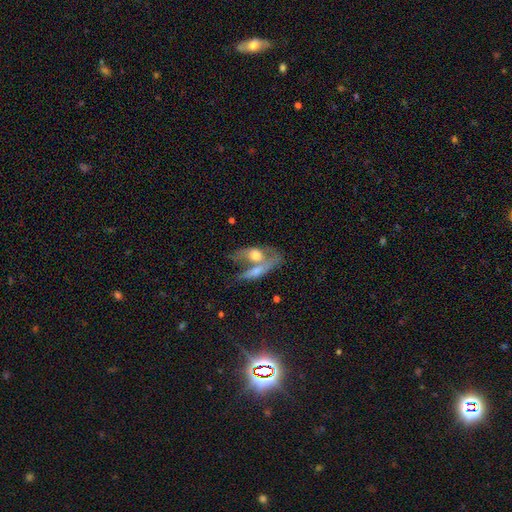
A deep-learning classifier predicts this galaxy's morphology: The model was most divided on "smooth or featured": featured or disk: 48%, smooth: 45%, star or artifact: 7%. More confident: merging — merger (61%).